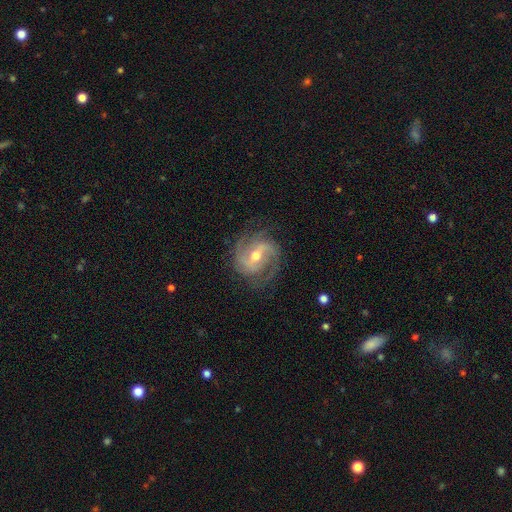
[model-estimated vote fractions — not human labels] Smooth or featured: featured or disk — 90% (star or artifact — 5%)
Edge-on disk: no — 97% (yes — 3%)
Bar: weak — 45% (strong — 34%)
Spiral arms: yes — 97% (no — 3%)
Spiral winding: medium — 48% (tight — 36%)
Spiral arm count: 2 — 55% (3 — 23%)
Bulge size: moderate — 61% (small — 35%)
Merging: none — 76% (minor disturbance — 16%)